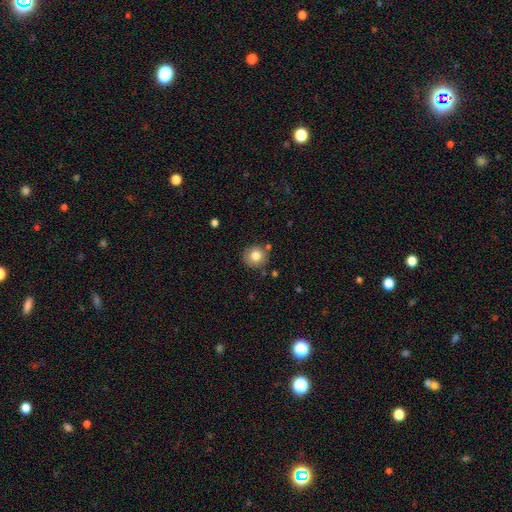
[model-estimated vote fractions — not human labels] Smooth or featured: smooth — 81% (star or artifact — 10%)
How rounded: round — 91% (in between — 8%)
Merging: none — 83% (minor disturbance — 9%)